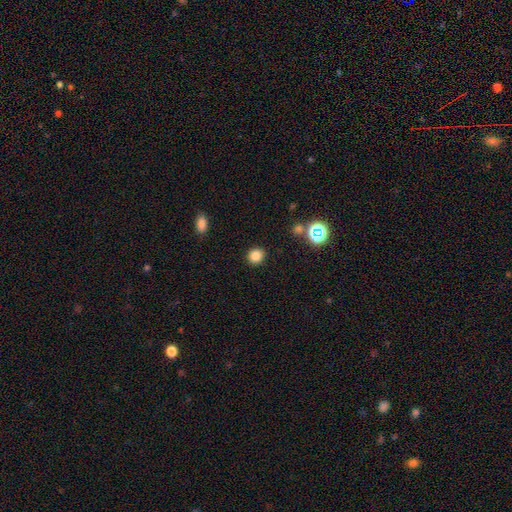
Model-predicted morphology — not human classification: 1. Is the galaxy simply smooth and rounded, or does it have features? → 82% smooth, 14% star or artifact, 5% featured or disk.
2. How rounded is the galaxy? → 89% round, 10% in between, 1% cigar-shaped.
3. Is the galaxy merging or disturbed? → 91% none, 5% minor disturbance, 2% major disturbance, 2% merger.